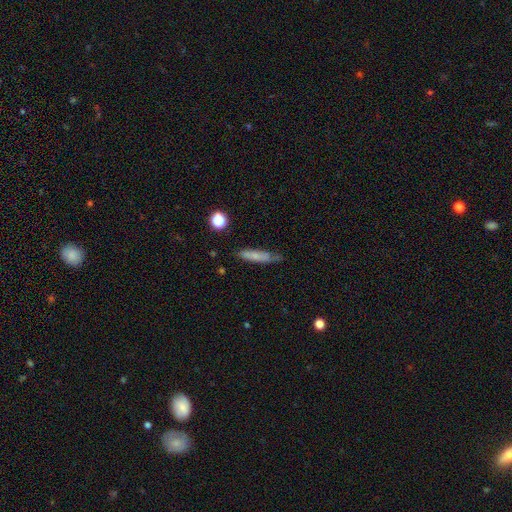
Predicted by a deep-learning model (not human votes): Morphology: type=smooth (67%); roundness=cigar-shaped (82%); merging=none (69%).